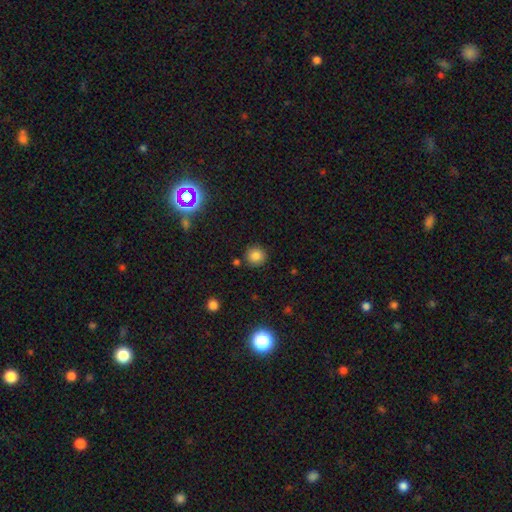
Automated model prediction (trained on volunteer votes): Overall: smooth (81%). How rounded: round (93%). Merging: none (87%).